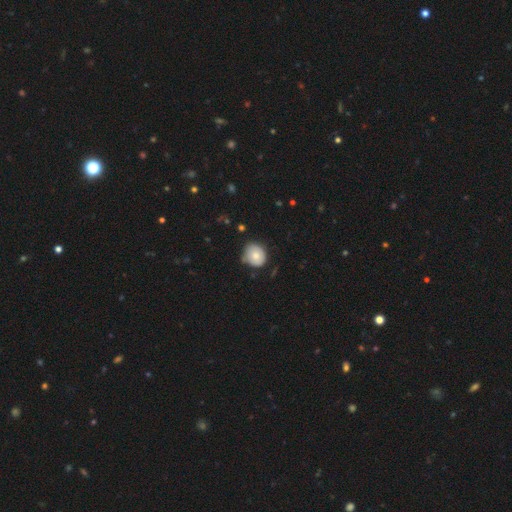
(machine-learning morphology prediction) A smooth galaxy with no disk features (77%) that is round (77%). Merging: none (64%).